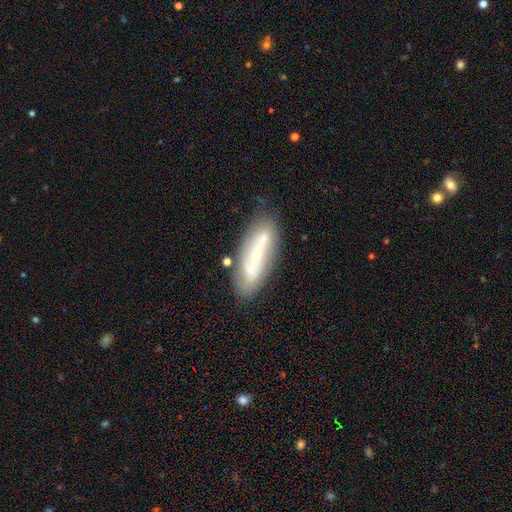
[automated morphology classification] Smooth or featured?
  - featured or disk: 52% *
  - smooth: 40%
  - star or artifact: 8%
Edge-on disk?
  - no: 72% *
  - yes: 28%
Merging?
  - none: 69% *
  - minor disturbance: 19%
  - merger: 6%
  - major disturbance: 6%